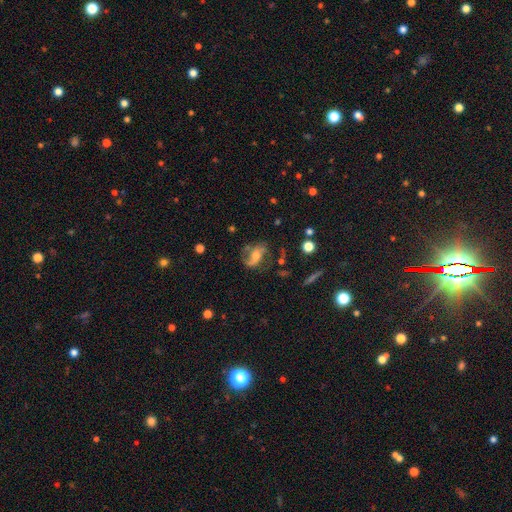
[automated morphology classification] Smooth or featured: featured or disk — 66% (smooth — 23%)
Edge-on disk: no — 94% (yes — 6%)
Bar: no — 47% (weak — 34%)
Spiral arms: yes — 84% (no — 16%)
Spiral winding: loose — 47% (medium — 38%)
Spiral arm count: 2 — 74% (1 — 11%)
Bulge size: moderate — 51% (small — 32%)
Merging: none — 56% (minor disturbance — 21%)